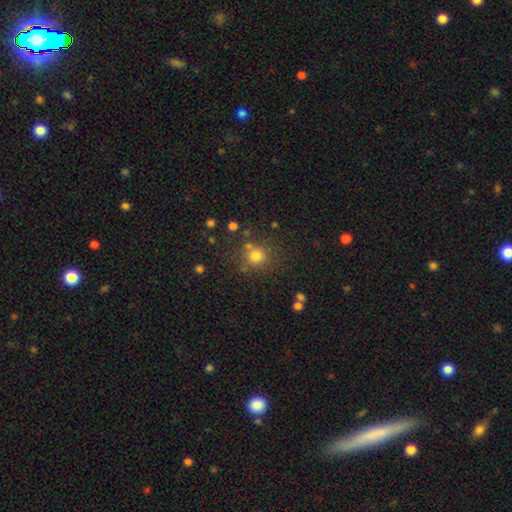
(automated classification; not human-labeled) Smooth or featured: smooth — 77% (star or artifact — 16%)
How rounded: round — 90% (in between — 9%)
Merging: none — 75% (minor disturbance — 11%)